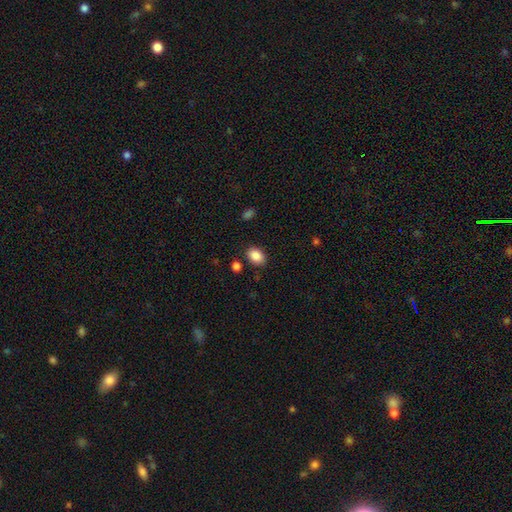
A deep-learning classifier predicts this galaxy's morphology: Smooth or featured? smooth (87%)
How rounded? in between (76%)
Merging? none (83%)